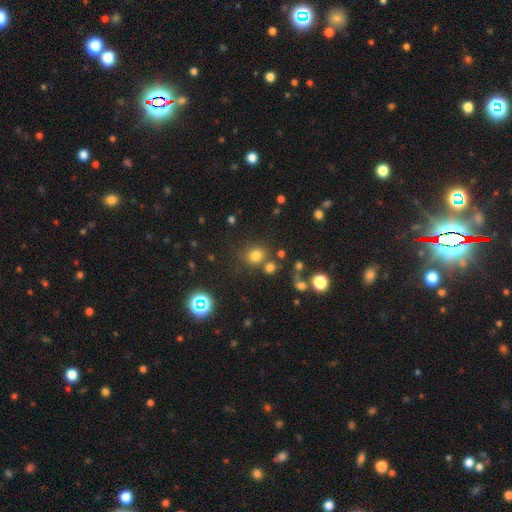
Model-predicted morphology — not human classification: Smooth or featured? Predicted: smooth (p=0.74). How rounded? Predicted: round (p=0.76). Merging? Predicted: none (p=0.71).